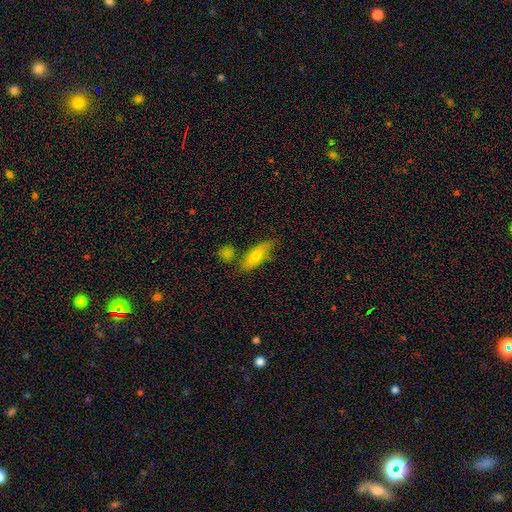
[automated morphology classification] Smooth or featured? Predicted: smooth (p=0.66). How rounded? Predicted: in between (p=0.66). Merging? Predicted: none (p=0.67).